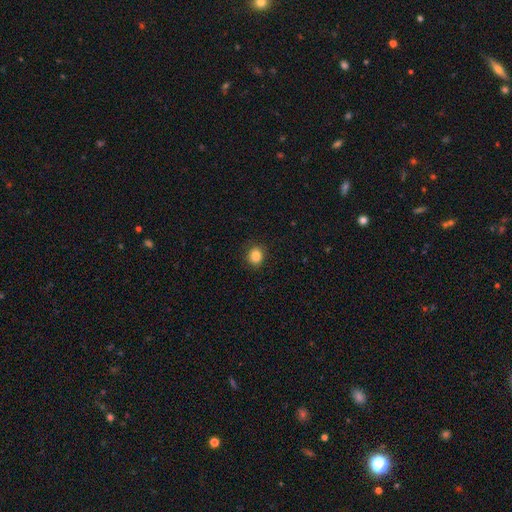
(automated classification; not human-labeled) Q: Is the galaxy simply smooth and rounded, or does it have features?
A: smooth — 86%.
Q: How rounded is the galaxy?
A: round — 69%.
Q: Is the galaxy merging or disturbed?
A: none — 86%.